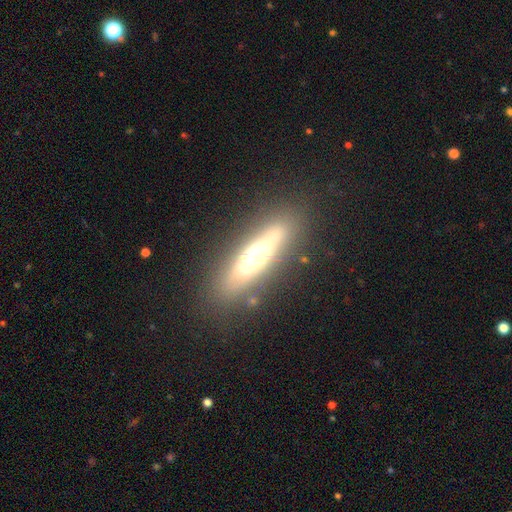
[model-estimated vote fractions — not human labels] smooth_or_featured: featured or disk (p=0.54) [alt: smooth p=0.37]
disk_edge_on: yes (p=0.78) [alt: no p=0.22]
merging: none (p=0.80) [alt: minor disturbance p=0.12]